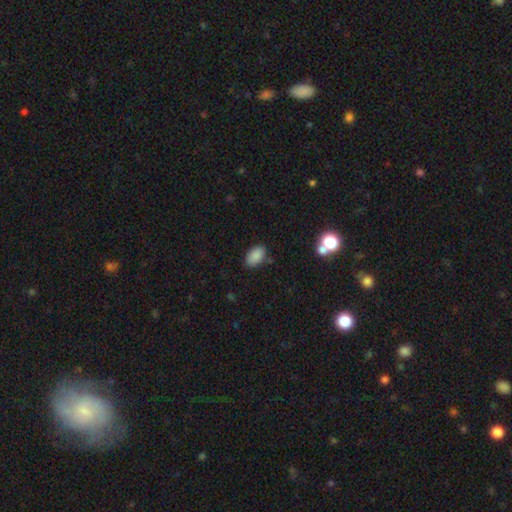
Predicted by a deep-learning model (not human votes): Smooth or featured?
  - smooth: 86% *
  - star or artifact: 9%
  - featured or disk: 4%
How rounded?
  - in between: 92% *
  - round: 6%
  - cigar-shaped: 2%
Merging?
  - none: 82% *
  - minor disturbance: 13%
  - major disturbance: 3%
  - merger: 3%